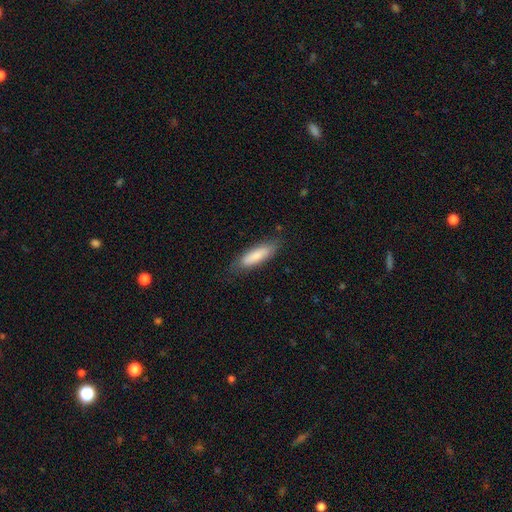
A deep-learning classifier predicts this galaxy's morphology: Smooth or featured? smooth (82%)
How rounded? cigar-shaped (58%)
Merging? none (80%)